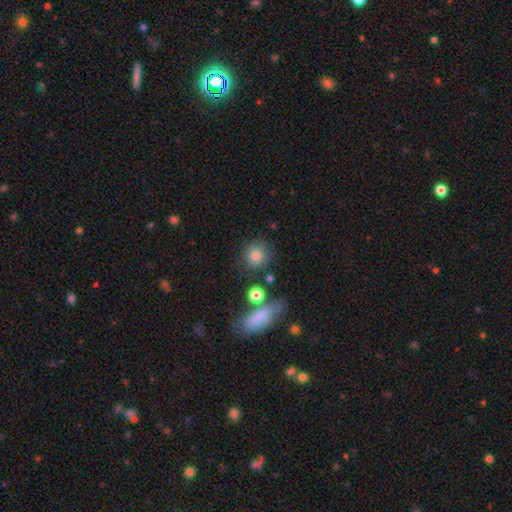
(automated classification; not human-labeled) Overall: smooth (81%). How rounded: round (87%). Merging: none (75%).